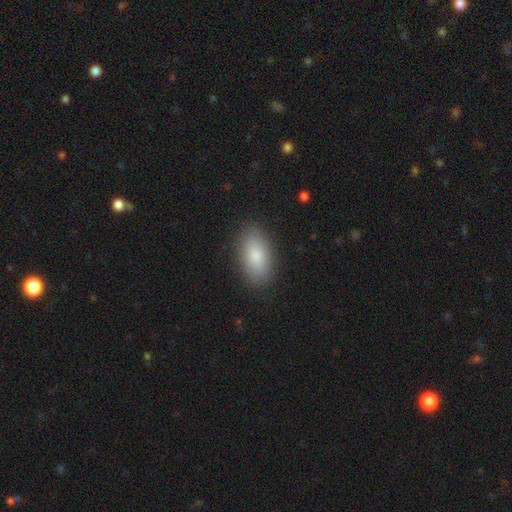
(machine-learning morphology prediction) Smooth or featured: smooth — 84% (featured or disk — 9%)
How rounded: in between — 92% (cigar-shaped — 5%)
Merging: none — 88% (minor disturbance — 9%)